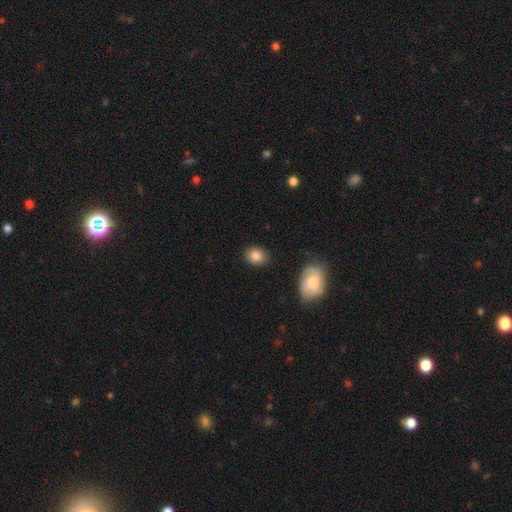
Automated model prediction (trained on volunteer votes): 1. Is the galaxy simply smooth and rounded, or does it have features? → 85% smooth, 8% featured or disk, 7% star or artifact.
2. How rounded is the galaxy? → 50% in between, 49% round, 1% cigar-shaped.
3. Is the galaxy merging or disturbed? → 85% none, 11% minor disturbance, 3% major disturbance, 2% merger.